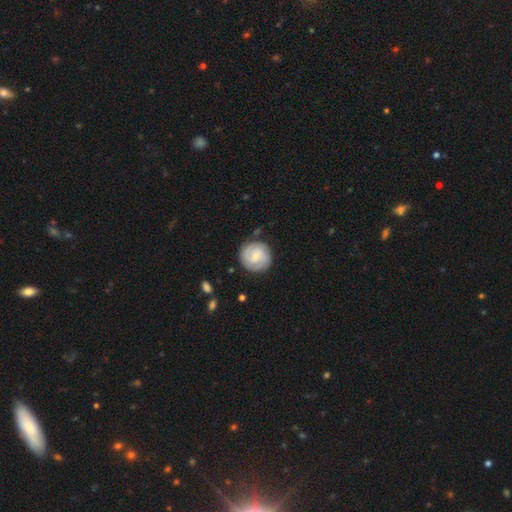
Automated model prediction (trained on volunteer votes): Smooth or featured: featured or disk — 71% (smooth — 23%)
Edge-on disk: no — 98% (yes — 2%)
Bar: no — 50% (weak — 43%)
Spiral arms: yes — 95% (no — 5%)
Spiral winding: tight — 70% (medium — 25%)
Spiral arm count: 2 — 65% (can't tell — 15%)
Bulge size: small — 65% (moderate — 25%)
Merging: none — 82% (minor disturbance — 13%)